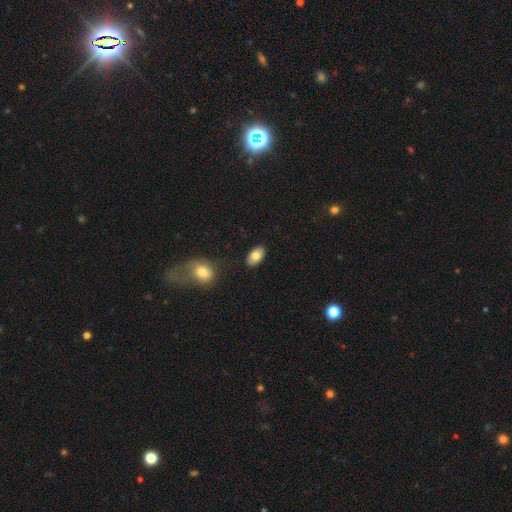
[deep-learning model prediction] Smooth or featured? Predicted: smooth (p=0.79). How rounded? Predicted: in between (p=0.93). Merging? Predicted: none (p=0.87).